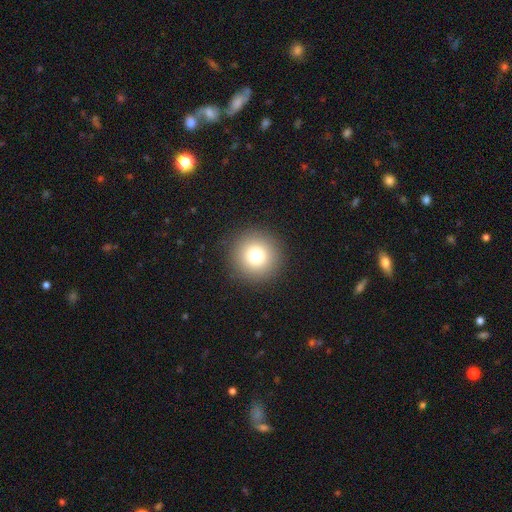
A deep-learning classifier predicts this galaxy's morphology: smooth-or-featured: smooth: 78% | star or artifact: 13% | featured or disk: 9%
  how-rounded: round: 96% | in between: 3% | cigar-shaped: 1%
  merging: none: 92% | minor disturbance: 5% | major disturbance: 2% | merger: 1%